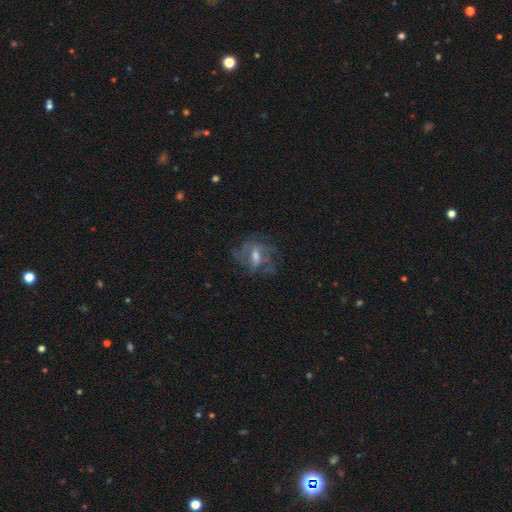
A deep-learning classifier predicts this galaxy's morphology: smooth-or-featured: featured or disk: 68% | smooth: 19% | star or artifact: 13%
  disk-edge-on: no: 95% | yes: 5%
    bar: weak: 50% | no: 34% | strong: 15%
    has-spiral-arms: yes: 75% | no: 25%
    bulge-size: moderate: 58% | small: 27% | large: 8% | none: 5% | dominant: 1%
  merging: none: 59% | major disturbance: 21% | minor disturbance: 19% | merger: 2%